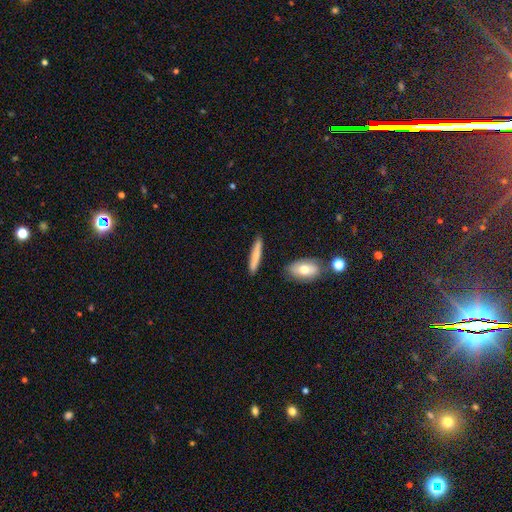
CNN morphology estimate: smooth-or-featured: smooth: 73% | featured or disk: 21% | star or artifact: 6%
  how-rounded: cigar-shaped: 90% | in between: 9% | round: 2%
  merging: none: 87% | minor disturbance: 8% | merger: 3% | major disturbance: 2%